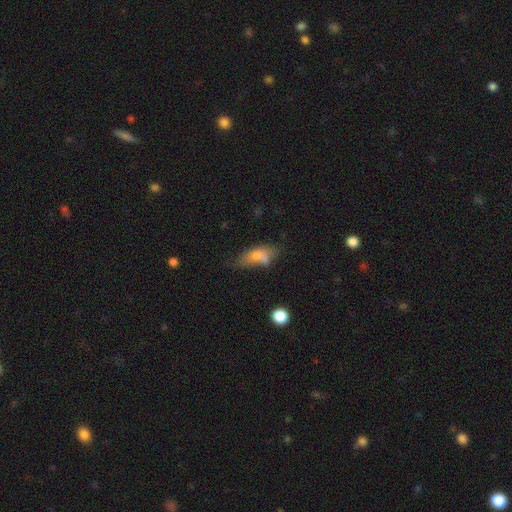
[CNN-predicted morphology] Overall: smooth (69%). How rounded: in between (79%). Merging: none (39%; minor disturbance 32%).